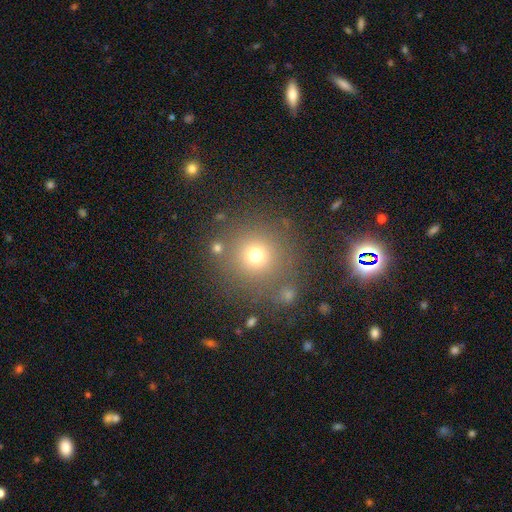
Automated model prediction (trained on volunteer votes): smooth 69%, star or artifact 20%, featured or disk 11%. Down the decision tree: how rounded — round (92%); merging — none (79%).